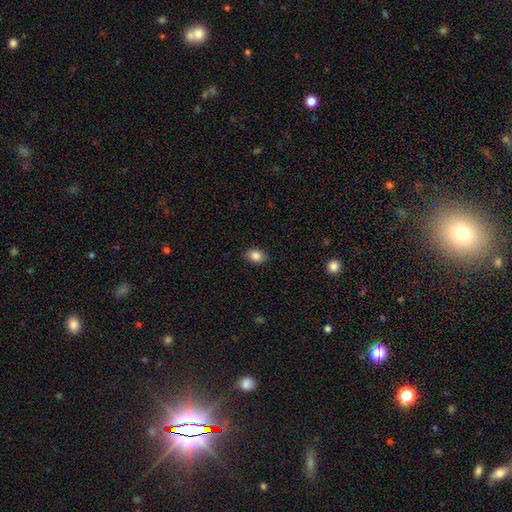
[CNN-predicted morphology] Smooth or featured? smooth (86%)
How rounded? in between (69%)
Merging? none (88%)